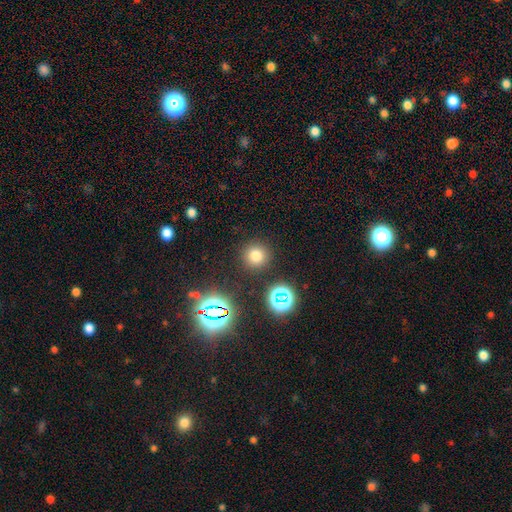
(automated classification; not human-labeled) Morphology: type=smooth (73%); roundness=round (94%); merging=none (89%).